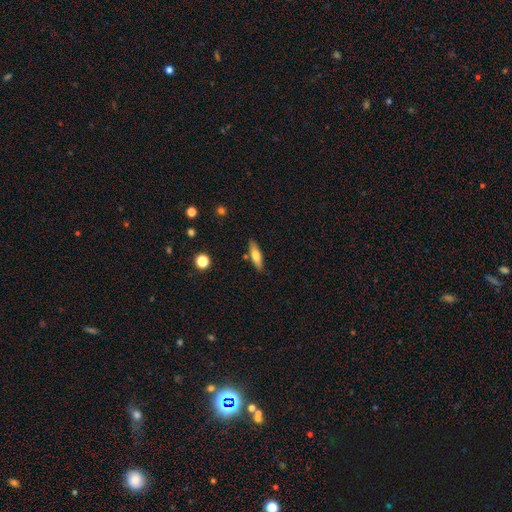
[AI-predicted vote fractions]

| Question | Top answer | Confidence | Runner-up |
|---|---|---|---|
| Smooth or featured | smooth | 64% | featured or disk (30%) |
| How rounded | cigar-shaped | 60% | in between (37%) |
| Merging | none | 84% | minor disturbance (10%) |